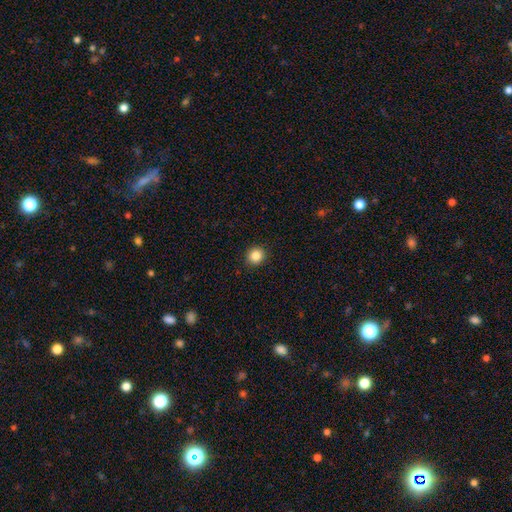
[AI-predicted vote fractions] Smooth or featured: smooth — 85% (star or artifact — 11%)
How rounded: round — 86% (in between — 13%)
Merging: none — 92% (minor disturbance — 6%)